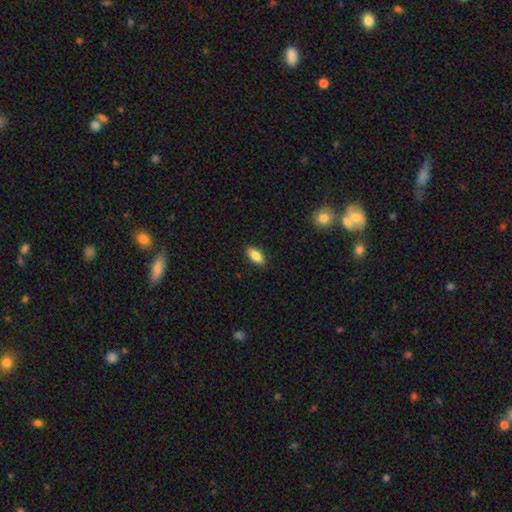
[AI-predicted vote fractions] This appears to be a smooth galaxy with no disk features (84%) that is in between round and cigar-shaped (88%). Merging: none (88%).